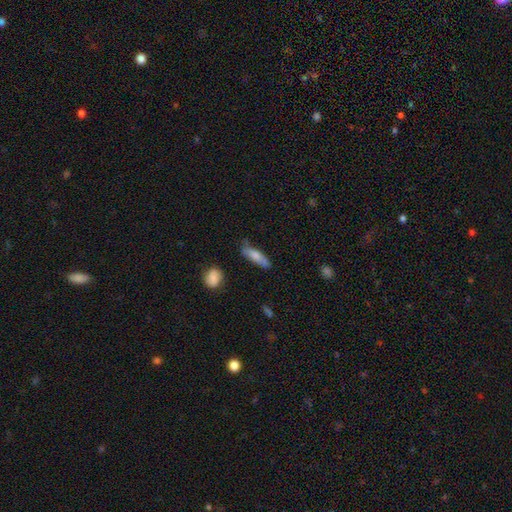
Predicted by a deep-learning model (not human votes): A smooth galaxy with no disk features (74%) that is cigar-shaped (58%).

Vote fractions:
- Smooth or featured? smooth: 74% / featured or disk: 20% / star or artifact: 6%
- How rounded? cigar-shaped: 58% / in between: 40% / round: 2%
- Merging? none: 68% / minor disturbance: 24% / major disturbance: 5% / merger: 3%